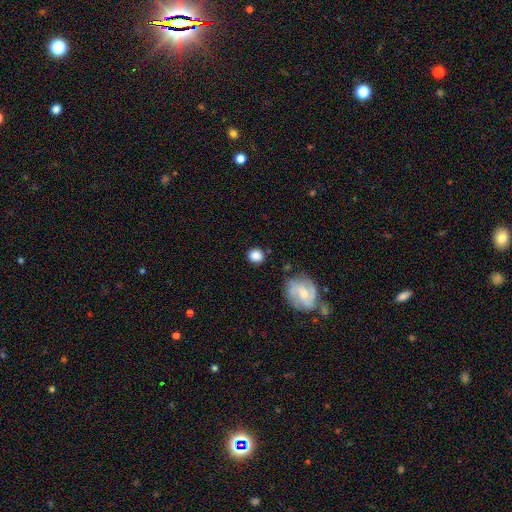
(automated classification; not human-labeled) This appears to be a smooth galaxy with no disk features (82%) that is round (78%). Merging: none (80%).